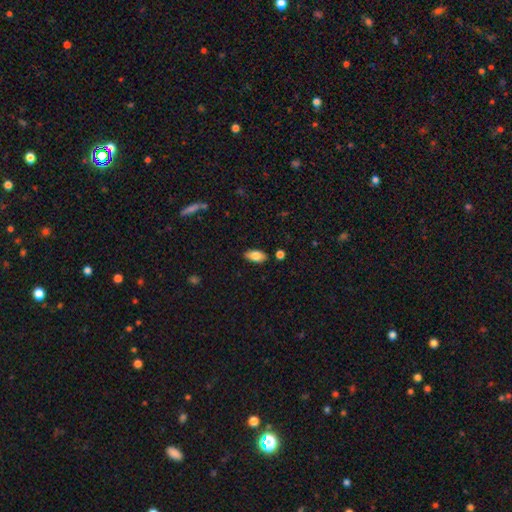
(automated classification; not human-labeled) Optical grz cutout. It shows a smooth galaxy with no disk features (82%) that is in between round and cigar-shaped (92%). Merging: none (85%).